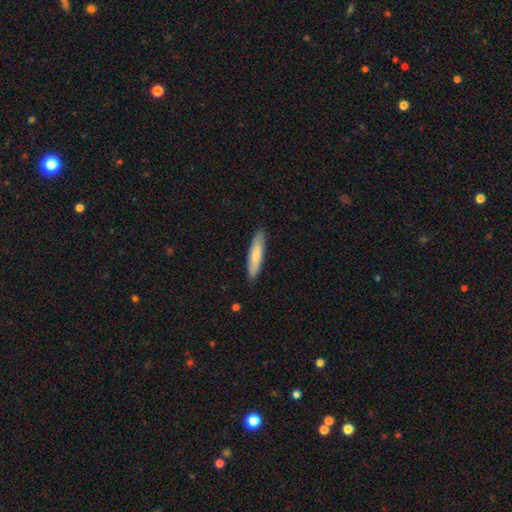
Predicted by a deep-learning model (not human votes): Smooth or featured: smooth — 75% (featured or disk — 20%)
How rounded: cigar-shaped — 75% (in between — 23%)
Merging: none — 87% (minor disturbance — 10%)